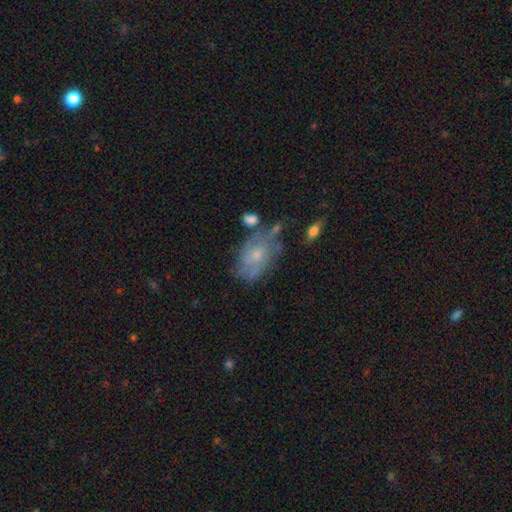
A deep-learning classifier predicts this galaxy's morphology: Smooth or featured: featured or disk — 56% (smooth — 35%)
Edge-on disk: no — 95% (yes — 5%)
Bar: no — 80% (weak — 17%)
Spiral arms: yes — 67% (no — 33%)
Bulge size: small — 66% (moderate — 27%)
Merging: none — 51% (minor disturbance — 26%)